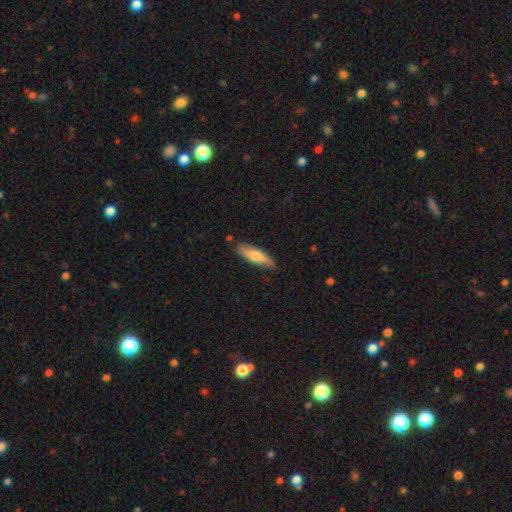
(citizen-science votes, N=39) Volunteers were most divided on "how rounded": cigar-shaped: 60%, in between: 36%, round: 4%. More confident: merging — none (73%); smooth or featured — smooth (64%).